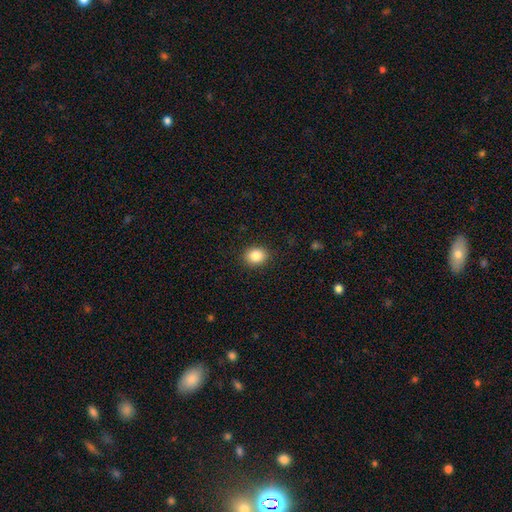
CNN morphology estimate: A smooth galaxy with no disk features (86%) that is round (54%).

Vote fractions:
- Smooth or featured? smooth: 86% / star or artifact: 9% / featured or disk: 5%
- How rounded? round: 54% / in between: 45% / cigar-shaped: 1%
- Merging? none: 89% / minor disturbance: 8% / major disturbance: 2% / merger: 1%